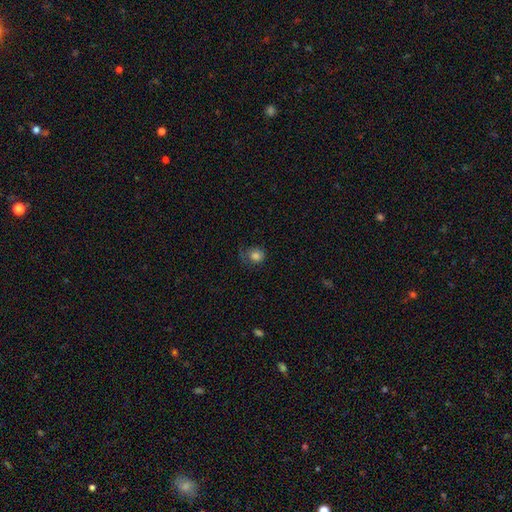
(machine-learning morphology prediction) Smooth or featured?
  - smooth: 81% *
  - star or artifact: 11%
  - featured or disk: 8%
How rounded?
  - round: 75% *
  - in between: 24%
  - cigar-shaped: 1%
Merging?
  - none: 55% *
  - minor disturbance: 26%
  - major disturbance: 17%
  - merger: 2%